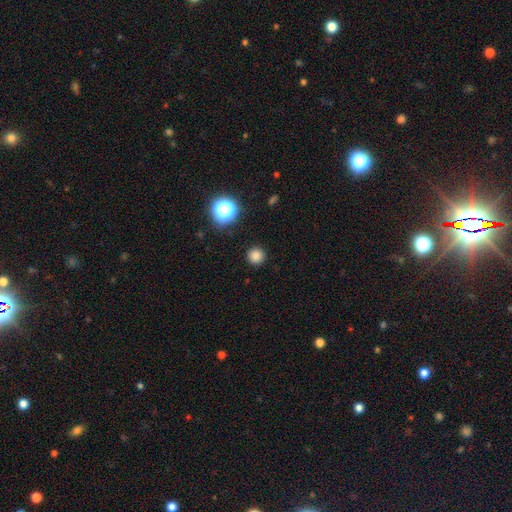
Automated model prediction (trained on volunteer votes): Smooth or featured: smooth — 82% (star or artifact — 14%)
How rounded: round — 96% (in between — 3%)
Merging: none — 91% (minor disturbance — 5%)